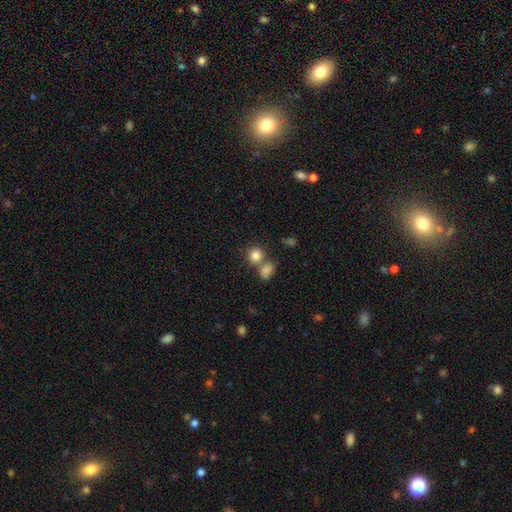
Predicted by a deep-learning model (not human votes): This appears to be a smooth galaxy with no disk features (83%) that is round (82%). Merging: none (56%).